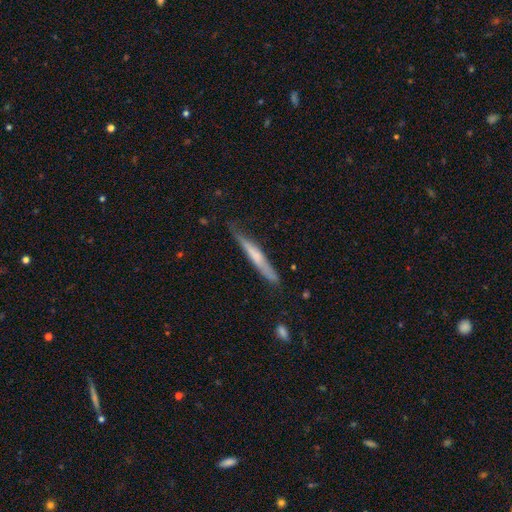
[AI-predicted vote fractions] The model was most divided on "smooth or featured": smooth: 49%, featured or disk: 45%, star or artifact: 6%. More confident: merging — none (73%).